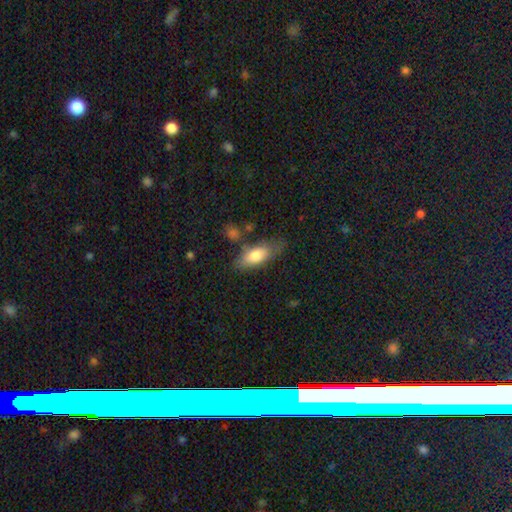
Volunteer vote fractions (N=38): smooth-or-featured: smooth: 76% | featured or disk: 18% | star or artifact: 5%
  how-rounded: in between: 93% | cigar-shaped: 7% | round: 0%
  merging: none: 75% | minor disturbance: 11% | major disturbance: 8% | merger: 6%